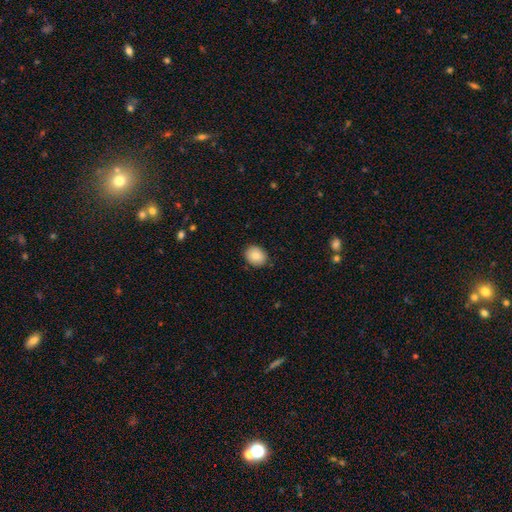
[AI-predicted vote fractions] The model was most divided on "how rounded": round: 61%, in between: 38%, cigar-shaped: 1%. More confident: merging — none (87%); smooth or featured — smooth (85%).